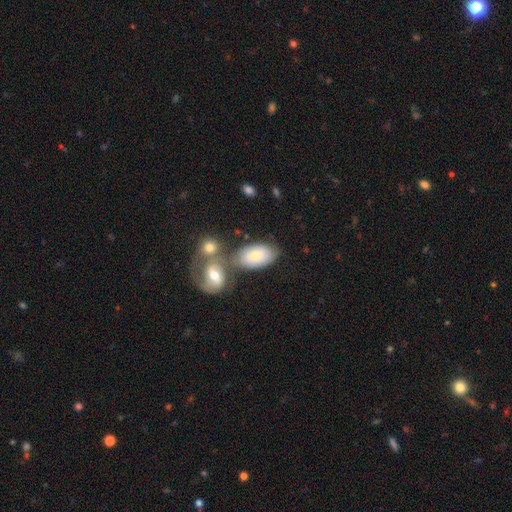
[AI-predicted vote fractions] A smooth galaxy with no disk features (60%) that is in between round and cigar-shaped (90%).

Vote fractions:
- Smooth or featured? smooth: 60% / featured or disk: 32% / star or artifact: 7%
- How rounded? in between: 90% / round: 8% / cigar-shaped: 2%
- Merging? none: 46% / merger: 34% / minor disturbance: 15% / major disturbance: 5%